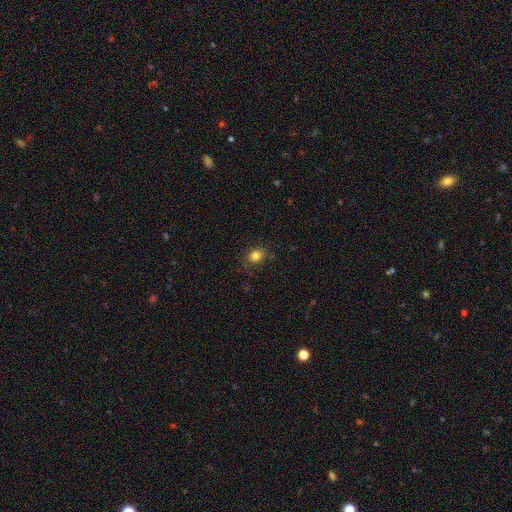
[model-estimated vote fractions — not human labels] This appears to be a smooth galaxy with no disk features (82%) that is round (53%). Merging: none (83%).